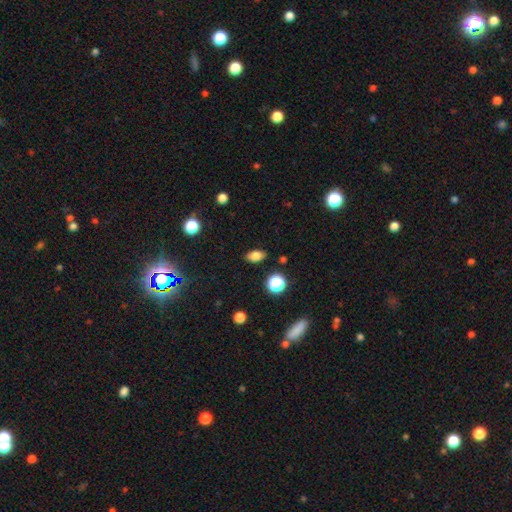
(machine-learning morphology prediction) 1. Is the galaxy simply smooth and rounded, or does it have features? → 80% smooth, 12% star or artifact, 8% featured or disk.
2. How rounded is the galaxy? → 85% in between, 12% round, 3% cigar-shaped.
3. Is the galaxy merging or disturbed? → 86% none, 10% minor disturbance, 2% major disturbance, 2% merger.